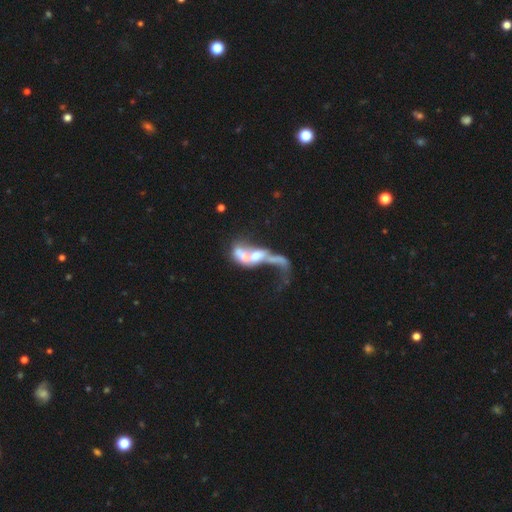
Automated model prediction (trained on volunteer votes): A featured or disk galaxy (62%) with no bar (70%), no spiral arms (62%) and a moderate central bulge (42%). Merging: merger (68%).